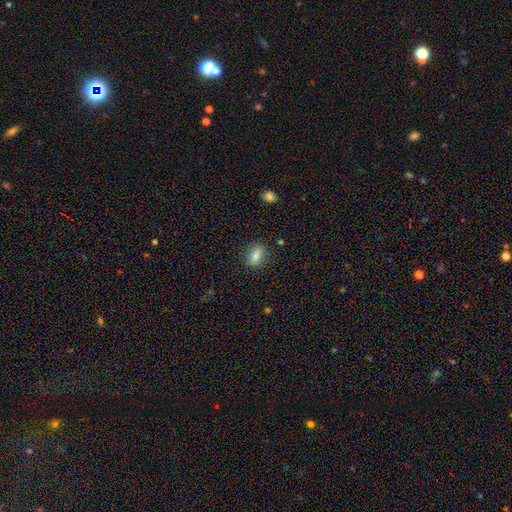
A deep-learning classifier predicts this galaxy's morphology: This appears to be a smooth galaxy with no disk features (75%) that is in between round and cigar-shaped (71%). Merging: none (85%).